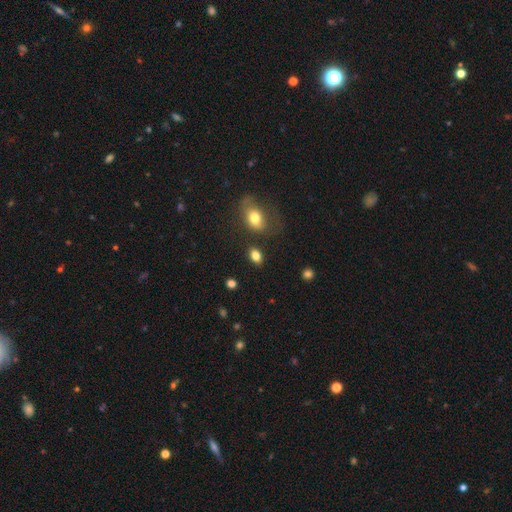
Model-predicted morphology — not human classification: Smooth or featured? Predicted: smooth (p=0.83). How rounded? Predicted: in between (p=0.82). Merging? Predicted: none (p=0.79).